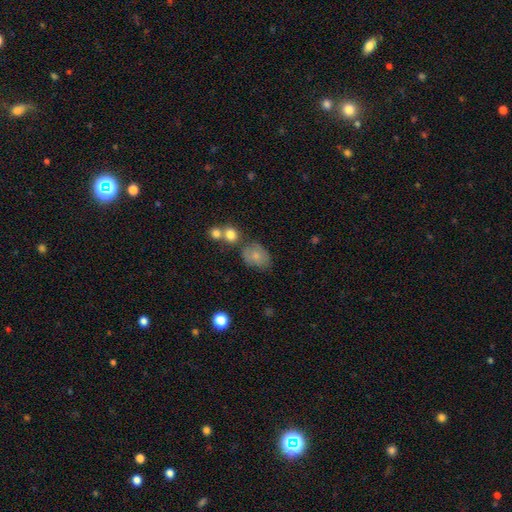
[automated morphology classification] Smooth or featured?
  - smooth: 75% *
  - featured or disk: 16%
  - star or artifact: 9%
How rounded?
  - in between: 67% *
  - round: 31%
  - cigar-shaped: 1%
Merging?
  - none: 53% *
  - minor disturbance: 24%
  - merger: 15%
  - major disturbance: 8%